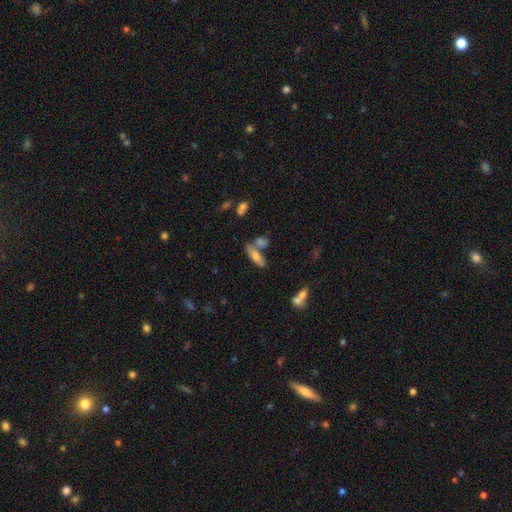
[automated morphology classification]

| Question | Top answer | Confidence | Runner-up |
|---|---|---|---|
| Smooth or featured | smooth | 69% | featured or disk (22%) |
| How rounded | in between | 52% | cigar-shaped (45%) |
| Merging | none | 52% | merger (29%) |